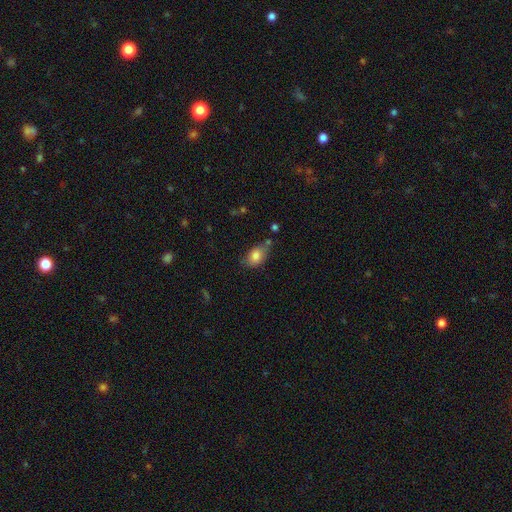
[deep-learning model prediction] Q: Smooth or featured?
A: smooth (80%); runner-up: featured or disk (11%)
Q: How rounded?
A: in between (82%); runner-up: round (16%)
Q: Merging?
A: none (56%); runner-up: minor disturbance (27%)